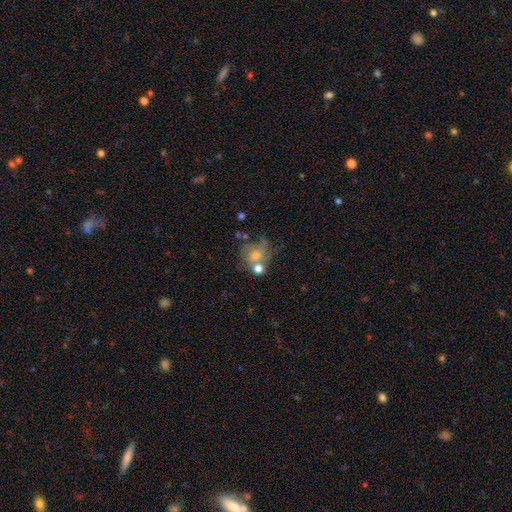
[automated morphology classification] Smooth or featured?
  - smooth: 42% * (tied)
  - featured or disk: 42% * (tied)
  - star or artifact: 17%
Merging?
  - none: 46% *
  - merger: 21%
  - minor disturbance: 19%
  - major disturbance: 15%